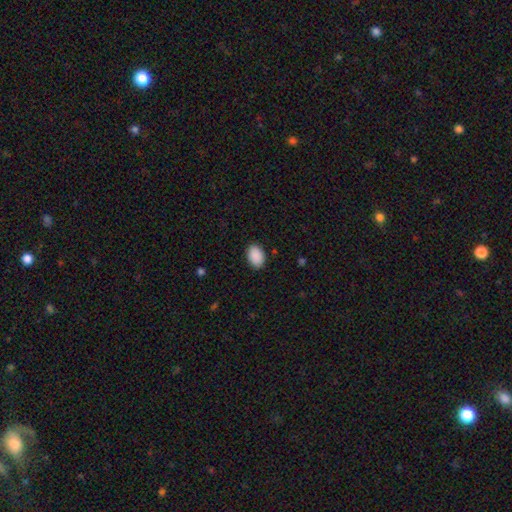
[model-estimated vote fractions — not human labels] smooth-or-featured: smooth: 91% | star or artifact: 7% | featured or disk: 2%
  how-rounded: in between: 84% | round: 15% | cigar-shaped: 1%
  merging: none: 88% | minor disturbance: 9% | major disturbance: 2% | merger: 1%